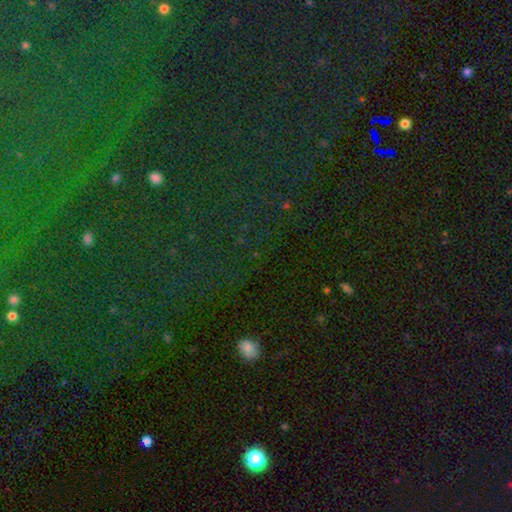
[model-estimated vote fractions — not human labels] Smooth or featured? Predicted: star or artifact (p=0.81).